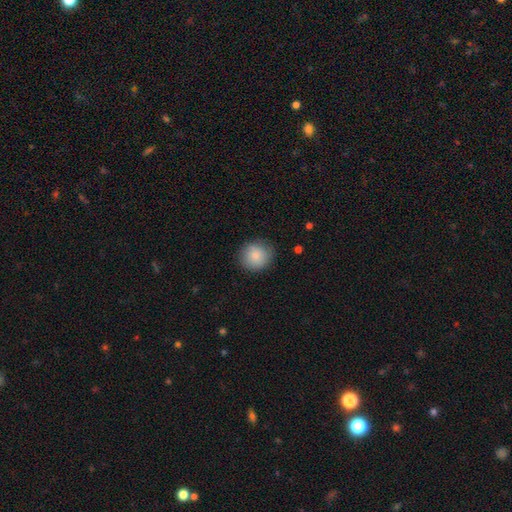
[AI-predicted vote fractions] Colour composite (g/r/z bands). It shows a smooth galaxy with no disk features (85%) that is round (88%). Merging: none (84%).